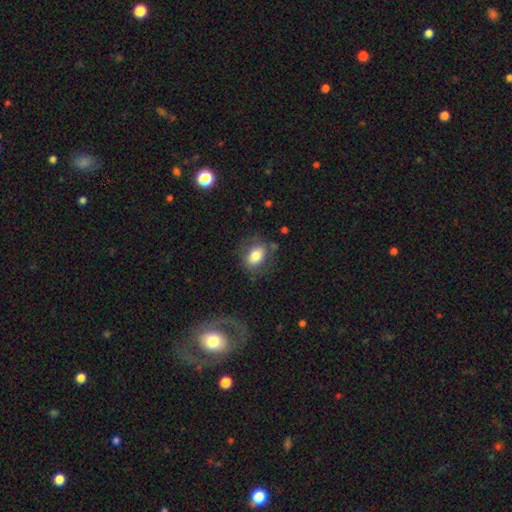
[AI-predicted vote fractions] Smooth or featured: smooth — 76% (featured or disk — 16%)
How rounded: in between — 68% (round — 31%)
Merging: none — 72% (minor disturbance — 17%)